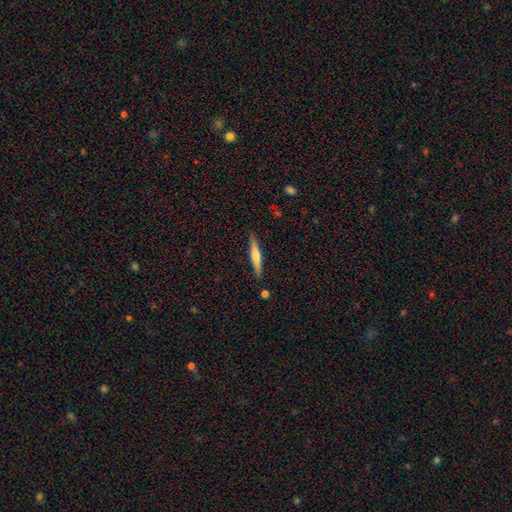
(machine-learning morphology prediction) smooth_or_featured: smooth (p=0.50) [alt: featured or disk p=0.45]
merging: none (p=0.89) [alt: minor disturbance p=0.08]